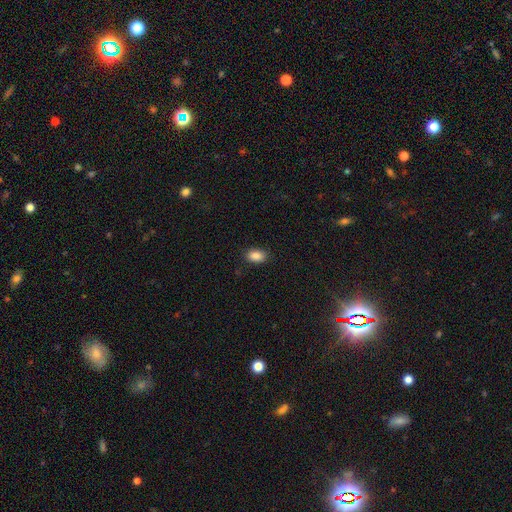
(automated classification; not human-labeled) This is clearly a smooth galaxy (88%). How rounded: clearly in between (89%). Merging: clearly none (87%).